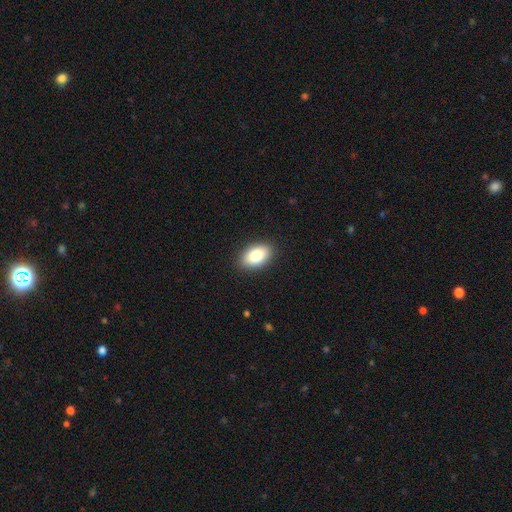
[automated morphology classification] This appears to be a smooth galaxy with no disk features (85%) that is in between round and cigar-shaped (92%). Merging: none (89%).